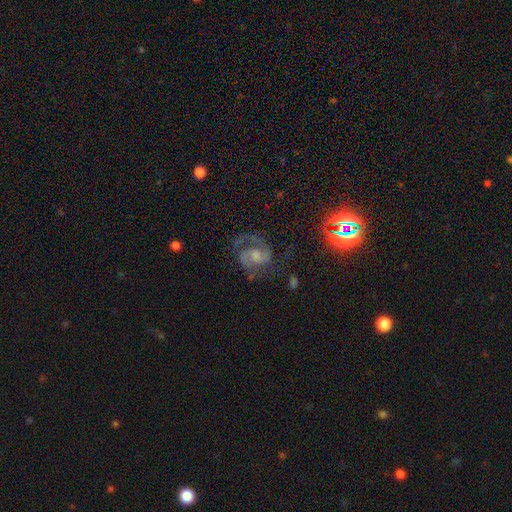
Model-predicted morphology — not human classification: This is clearly a featured or disk galaxy (85%). It is clearly not viewed edge-on (98%). Bar: marginally no (44%). Spiral arm pattern: clearly yes (98%). Spiral arm count: clearly 2 (89%). Spiral winding: likely medium (60%). Central bulge: marginally moderate (37%). Merging: likely none (74%).